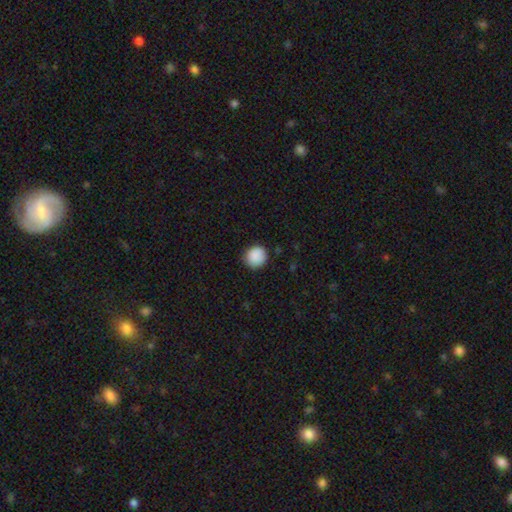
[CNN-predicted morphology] The model was most divided on "merging": none: 86%, minor disturbance: 11%, major disturbance: 2%, merger: 1%. More confident: how rounded — round (90%); smooth or featured — smooth (89%).